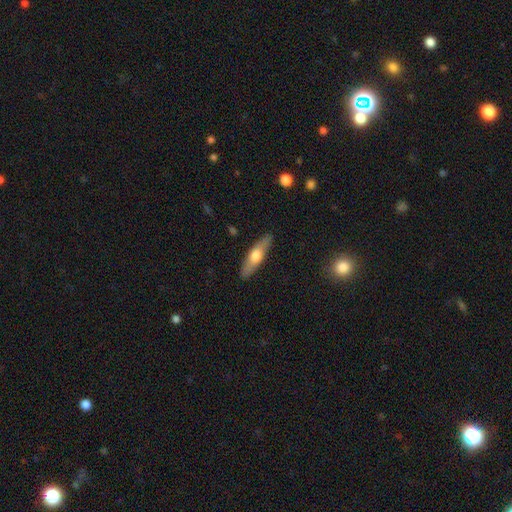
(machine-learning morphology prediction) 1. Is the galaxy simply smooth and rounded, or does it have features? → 53% smooth, 41% featured or disk, 6% star or artifact.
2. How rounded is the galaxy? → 66% cigar-shaped, 32% in between, 2% round.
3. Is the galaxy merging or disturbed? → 88% none, 9% minor disturbance, 2% major disturbance, 1% merger.